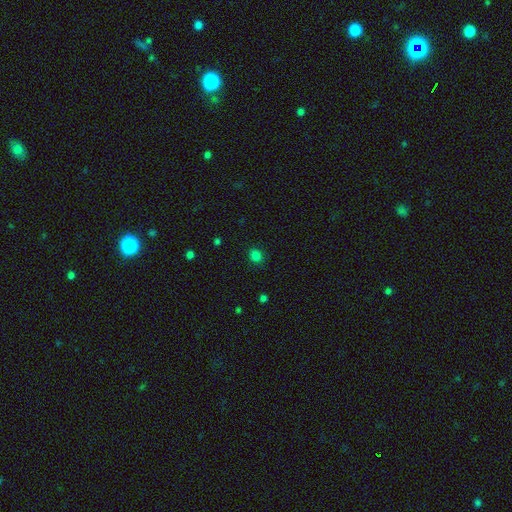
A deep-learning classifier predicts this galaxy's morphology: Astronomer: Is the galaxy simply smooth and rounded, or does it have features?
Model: smooth — 81%.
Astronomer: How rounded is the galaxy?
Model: round — 57% (runner-up: in between, 42%).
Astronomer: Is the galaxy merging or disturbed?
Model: none — 87%.